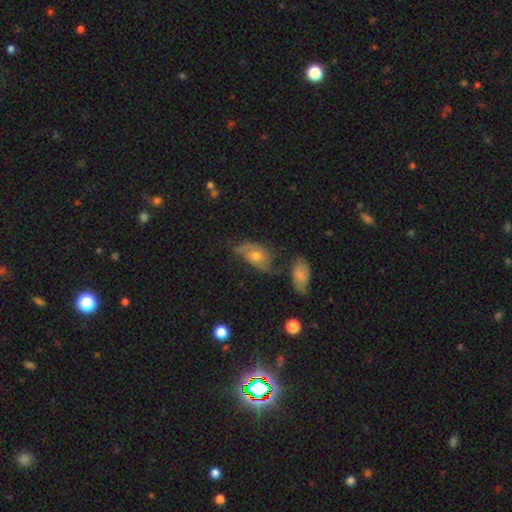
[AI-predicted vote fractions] smooth-or-featured: featured or disk: 45% (tied) | smooth: 45% (tied) | star or artifact: 10%
  merging: none: 34% | minor disturbance: 32% | major disturbance: 25% | merger: 9%